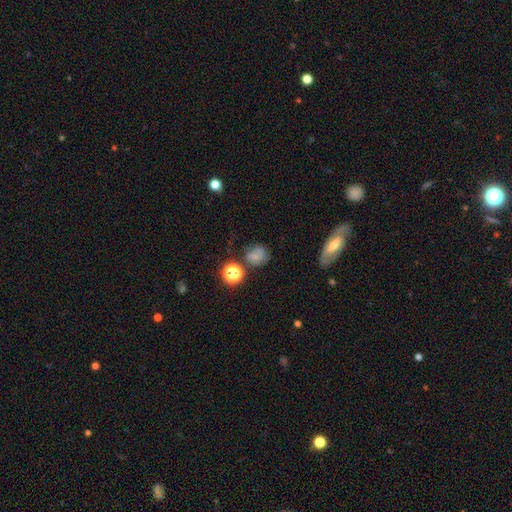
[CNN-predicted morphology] A smooth galaxy with no disk features (64%) that is round (73%). Merging: none (59%).